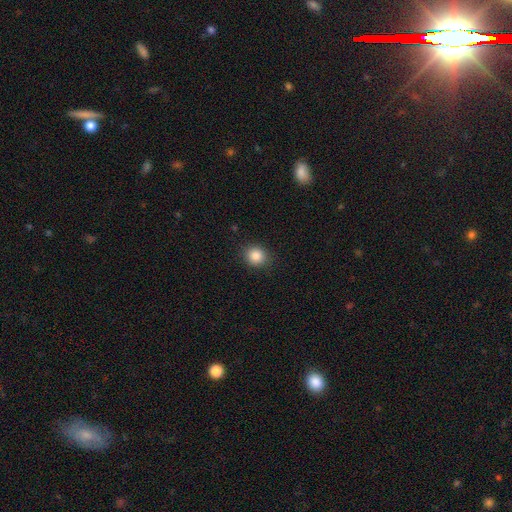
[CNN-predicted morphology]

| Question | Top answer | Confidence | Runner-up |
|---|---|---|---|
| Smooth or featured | smooth | 86% | star or artifact (10%) |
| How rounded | round | 79% | in between (20%) |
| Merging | none | 88% | minor disturbance (8%) |